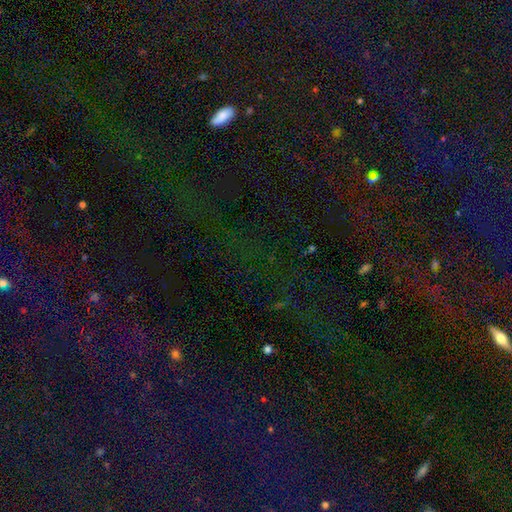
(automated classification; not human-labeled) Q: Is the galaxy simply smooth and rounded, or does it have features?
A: star or artifact — 78%.